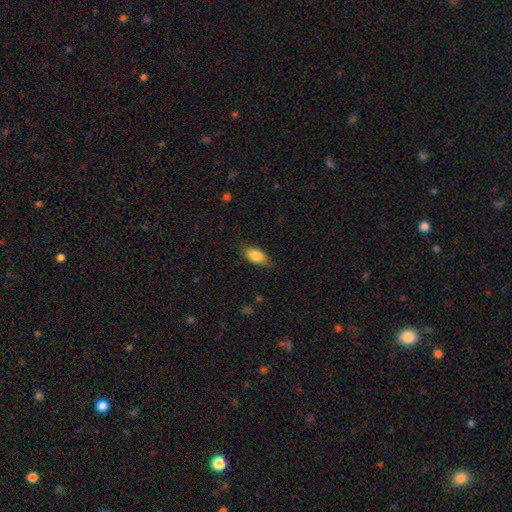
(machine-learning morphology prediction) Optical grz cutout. It shows a smooth galaxy with no disk features (84%) that is in between round and cigar-shaped (88%). Merging: none (81%).